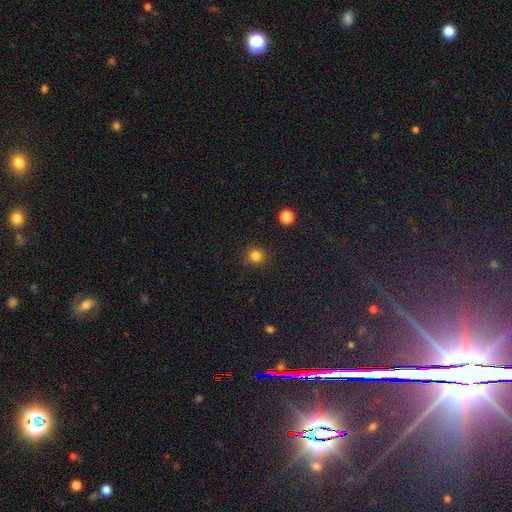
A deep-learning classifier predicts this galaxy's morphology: This appears to be a smooth galaxy with no disk features (83%) that is round (92%). Merging: none (89%).